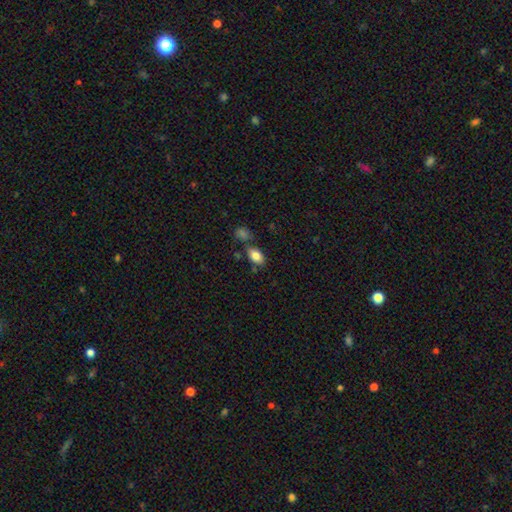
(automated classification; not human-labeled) This appears to be a smooth galaxy with no disk features (83%) that is in between round and cigar-shaped (88%). Merging: none (65%).